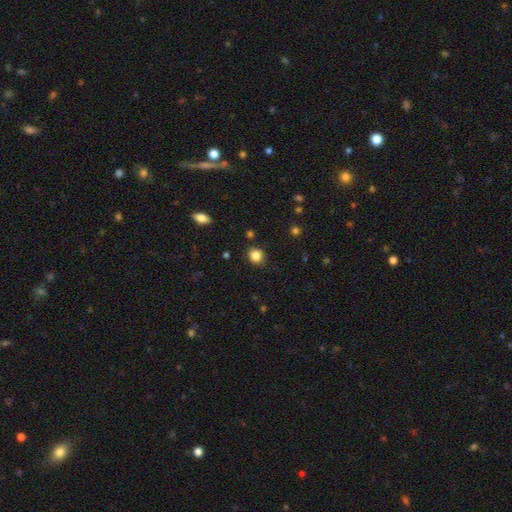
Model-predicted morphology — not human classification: Smooth or featured? smooth (84%)
How rounded? round (73%)
Merging? none (85%)